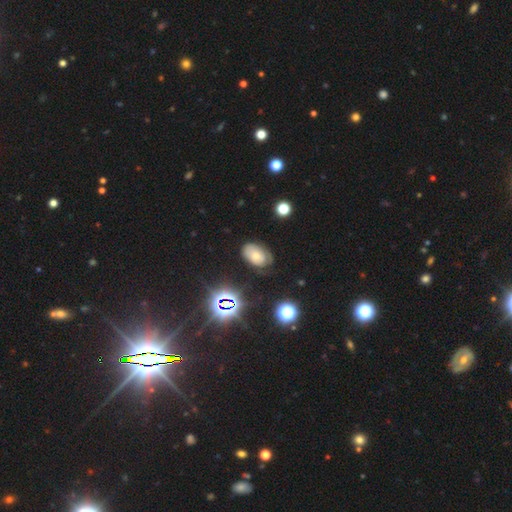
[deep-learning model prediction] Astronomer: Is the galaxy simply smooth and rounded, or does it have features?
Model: smooth — 54%.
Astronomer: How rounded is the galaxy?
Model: in between — 88%.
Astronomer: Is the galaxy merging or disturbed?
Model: none — 63%.